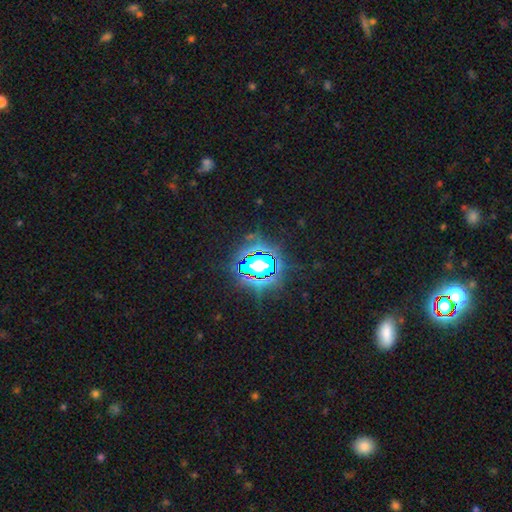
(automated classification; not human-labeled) Q: Smooth or featured?
A: star or artifact (82%); runner-up: smooth (11%)